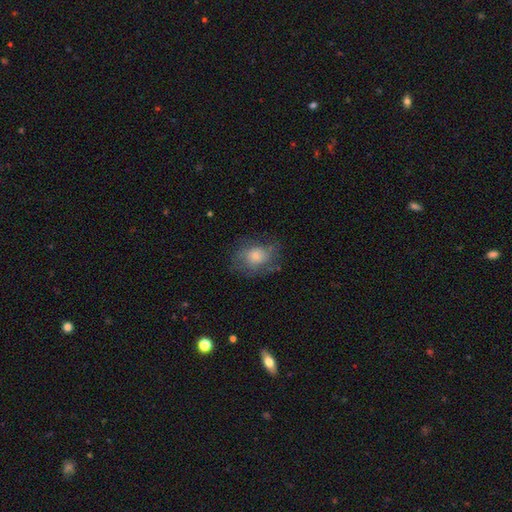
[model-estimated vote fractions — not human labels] Smooth or featured?
  - featured or disk: 45% *
  - smooth: 43%
  - star or artifact: 12%
Merging?
  - none: 65% *
  - minor disturbance: 20%
  - major disturbance: 13%
  - merger: 1%